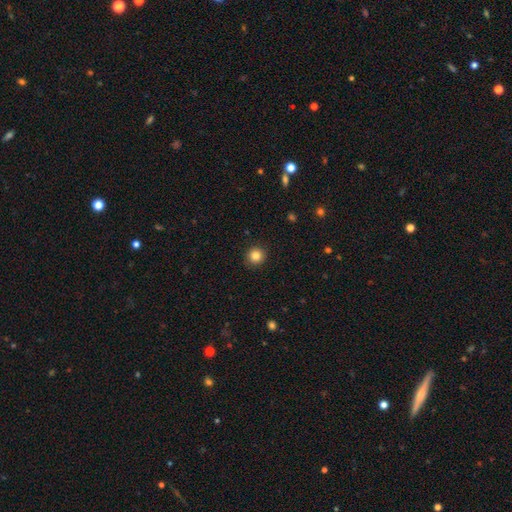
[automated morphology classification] Q: Smooth or featured?
A: smooth (84%); runner-up: star or artifact (11%)
Q: How rounded?
A: round (93%); runner-up: in between (6%)
Q: Merging?
A: none (92%); runner-up: minor disturbance (6%)